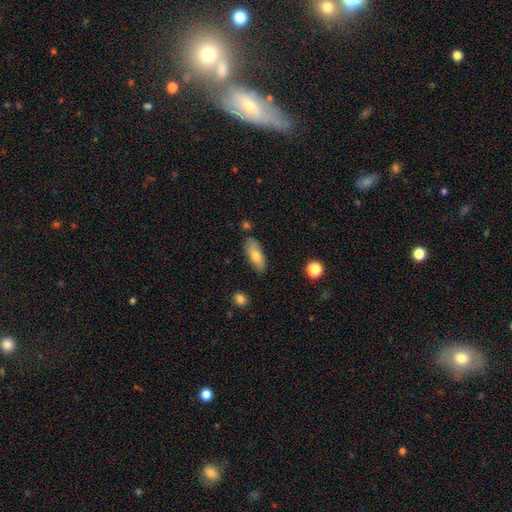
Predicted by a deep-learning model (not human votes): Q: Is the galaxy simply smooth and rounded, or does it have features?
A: smooth — 72%.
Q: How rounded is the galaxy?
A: in between — 77%.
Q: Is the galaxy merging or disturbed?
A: none — 78%.